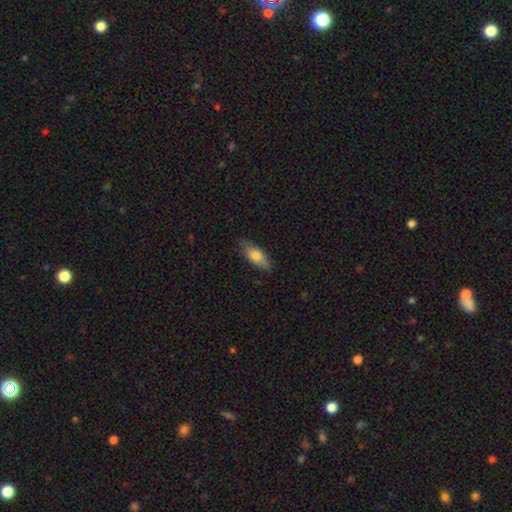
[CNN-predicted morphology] type=smooth (75%); roundness=in between (77%); merging=none (79%).